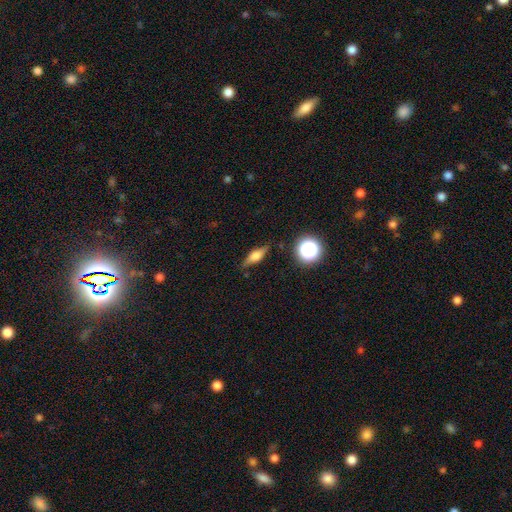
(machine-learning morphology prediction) Overall: featured or disk (48%; smooth 42%). Merging: none (81%).